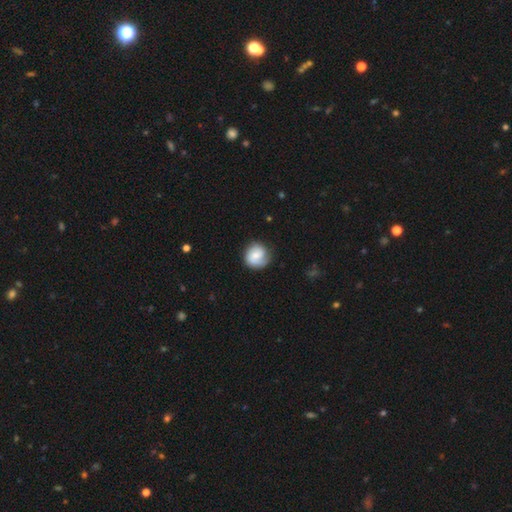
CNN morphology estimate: Smooth or featured? Predicted: smooth (p=0.53). How rounded? Predicted: round (p=0.86). Merging? Predicted: none (p=0.72).